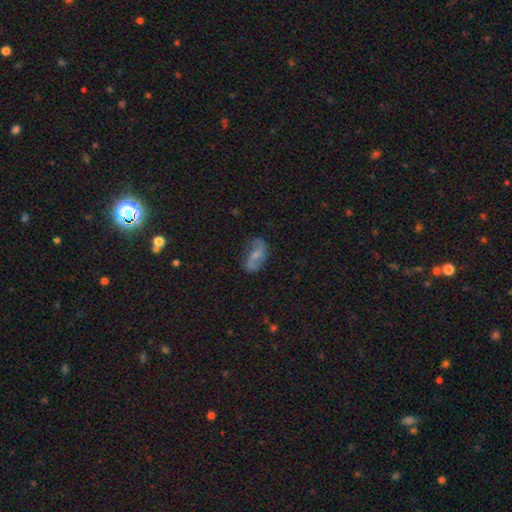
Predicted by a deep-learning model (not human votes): Morphology: type=featured or disk (55%); edge-on=no (94%); bar=no (44%); spiral arms=yes (83%); bulge=small (40%); merging=none (64%).